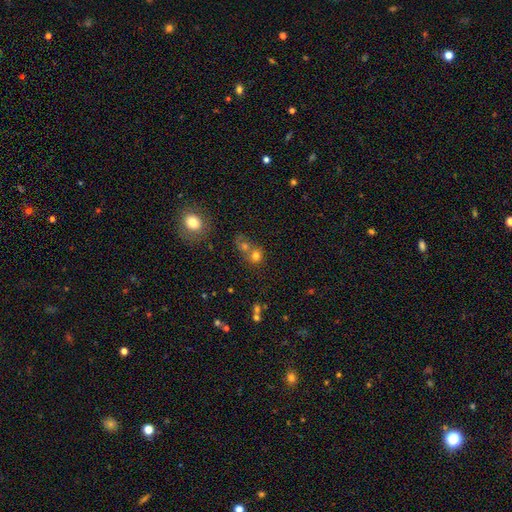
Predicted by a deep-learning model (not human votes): Smooth or featured?
  - smooth: 72% *
  - star or artifact: 16%
  - featured or disk: 11%
How rounded?
  - round: 79% *
  - in between: 20%
  - cigar-shaped: 1%
Merging?
  - merger: 48% *
  - none: 40%
  - minor disturbance: 7%
  - major disturbance: 4%